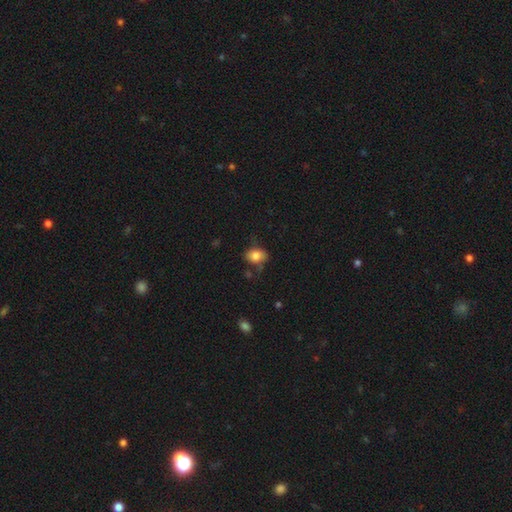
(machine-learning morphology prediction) Smooth or featured: smooth — 80% (featured or disk — 11%)
How rounded: in between — 63% (round — 36%)
Merging: none — 61% (minor disturbance — 27%)